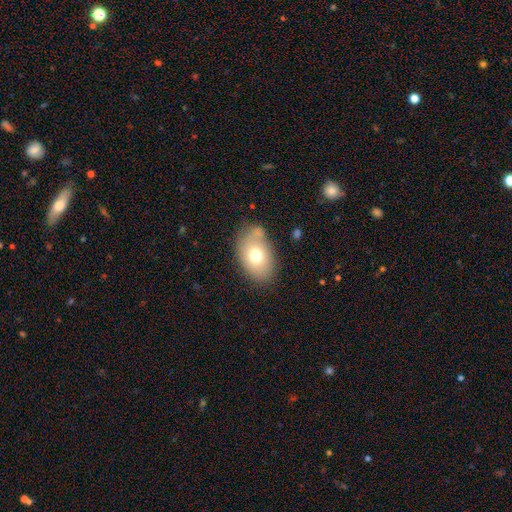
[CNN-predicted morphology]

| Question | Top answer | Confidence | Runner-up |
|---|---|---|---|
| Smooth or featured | smooth | 70% | featured or disk (20%) |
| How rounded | in between | 84% | round (15%) |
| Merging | none | 65% | minor disturbance (20%) |